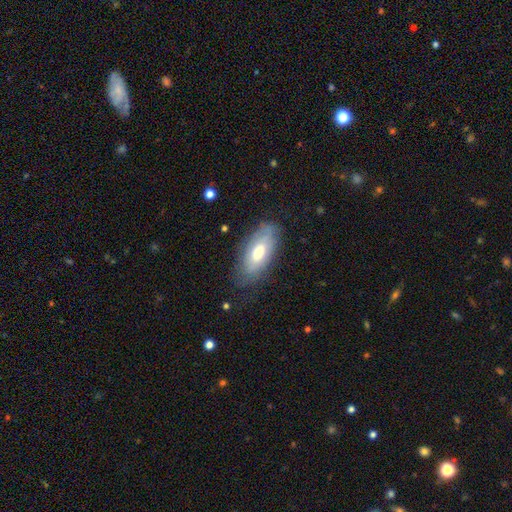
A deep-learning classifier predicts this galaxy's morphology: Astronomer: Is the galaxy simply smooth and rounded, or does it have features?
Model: smooth — 59% (runner-up: featured or disk, 35%).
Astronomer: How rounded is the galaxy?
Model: in between — 87%.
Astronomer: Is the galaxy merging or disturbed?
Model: none — 72%.